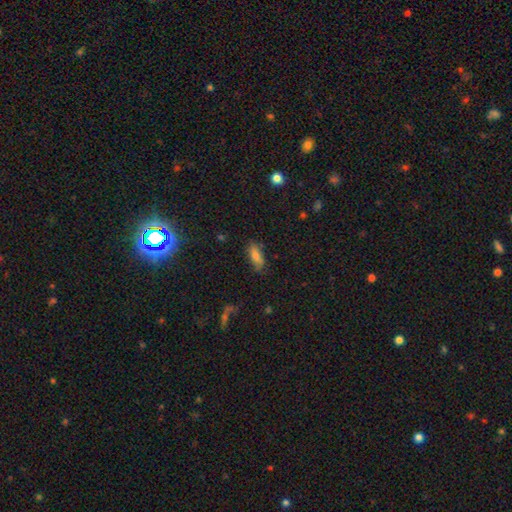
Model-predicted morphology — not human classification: A smooth galaxy with no disk features (73%) that is in between round and cigar-shaped (77%).

Vote fractions:
- Smooth or featured? smooth: 73% / featured or disk: 15% / star or artifact: 12%
- How rounded? in between: 77% / cigar-shaped: 20% / round: 3%
- Merging? none: 76% / minor disturbance: 17% / major disturbance: 5% / merger: 2%